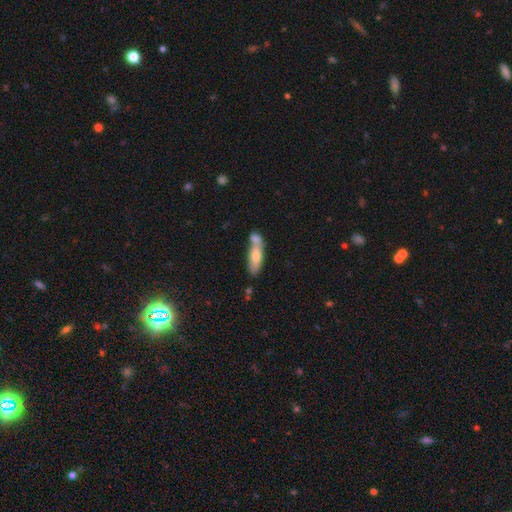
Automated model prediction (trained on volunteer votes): Smooth or featured?
  - smooth: 69% *
  - featured or disk: 25%
  - star or artifact: 6%
How rounded?
  - in between: 52% *
  - cigar-shaped: 46%
  - round: 3%
Merging?
  - merger: 48% *
  - none: 34%
  - minor disturbance: 13%
  - major disturbance: 5%